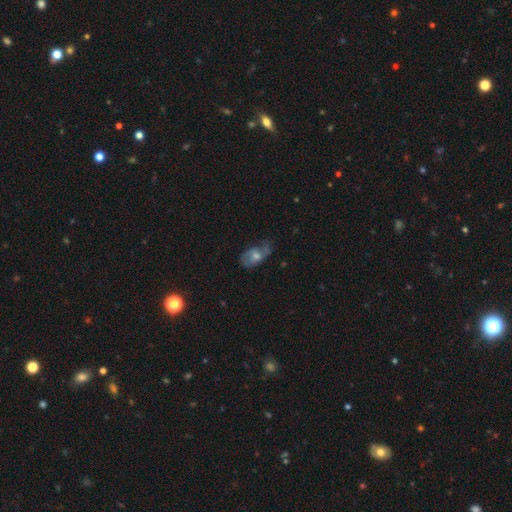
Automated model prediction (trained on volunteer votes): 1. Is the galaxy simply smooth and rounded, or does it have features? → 54% featured or disk, 34% smooth, 12% star or artifact.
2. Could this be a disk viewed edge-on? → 94% no, 6% yes.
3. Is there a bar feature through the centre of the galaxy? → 71% no, 25% weak, 4% strong.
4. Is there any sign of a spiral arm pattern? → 72% yes, 28% no.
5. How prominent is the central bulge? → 56% moderate, 29% small, 9% large, 4% none, 2% dominant.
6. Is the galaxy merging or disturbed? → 47% none, 28% minor disturbance, 21% major disturbance, 3% merger.